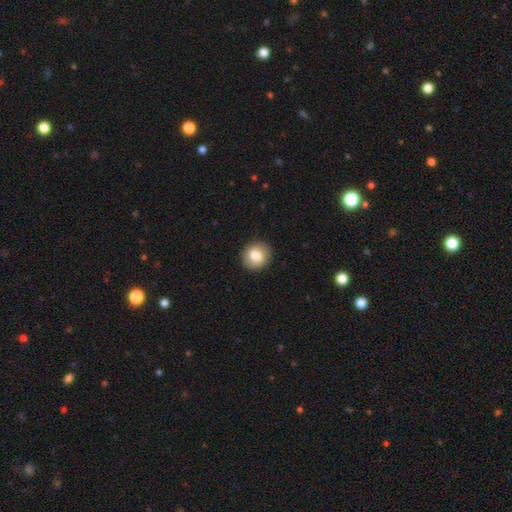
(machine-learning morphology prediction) Smooth or featured? Predicted: smooth (p=0.80). How rounded? Predicted: round (p=0.86). Merging? Predicted: none (p=0.91).